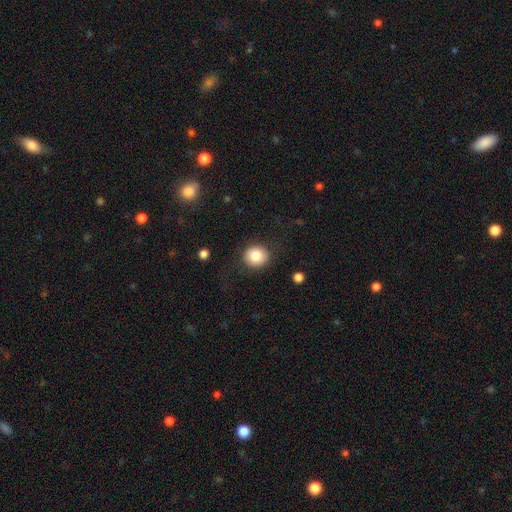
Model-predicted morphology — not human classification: A smooth galaxy with no disk features (82%) that is round (86%).

Vote fractions:
- Smooth or featured? smooth: 82% / star or artifact: 9% / featured or disk: 9%
- How rounded? round: 86% / in between: 13% / cigar-shaped: 1%
- Merging? none: 86% / minor disturbance: 9% / major disturbance: 4% / merger: 1%